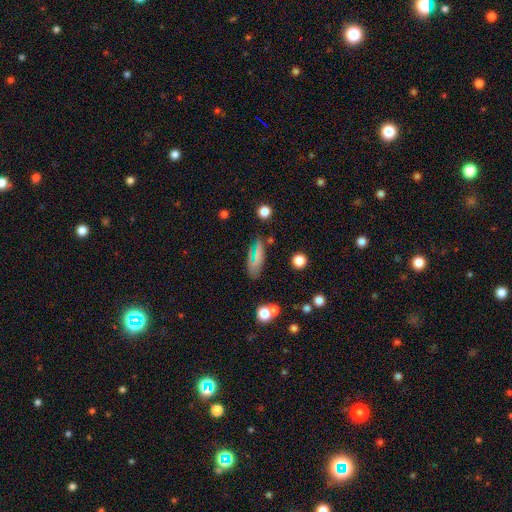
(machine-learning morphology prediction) Smooth or featured: smooth — 64% (featured or disk — 20%)
How rounded: in between — 58% (cigar-shaped — 34%)
Merging: none — 65% (minor disturbance — 19%)